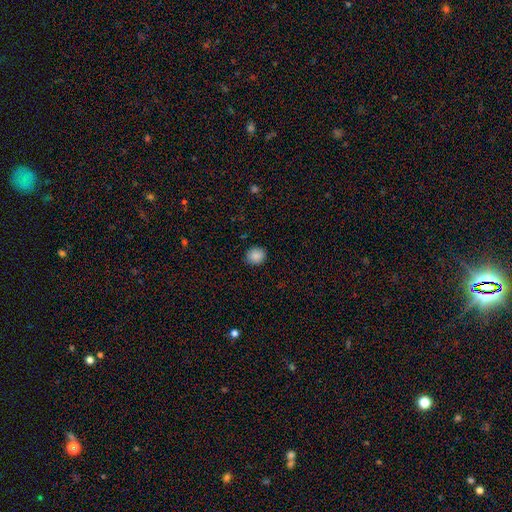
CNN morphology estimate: Overall: smooth (88%). How rounded: round (78%). Merging: none (89%).